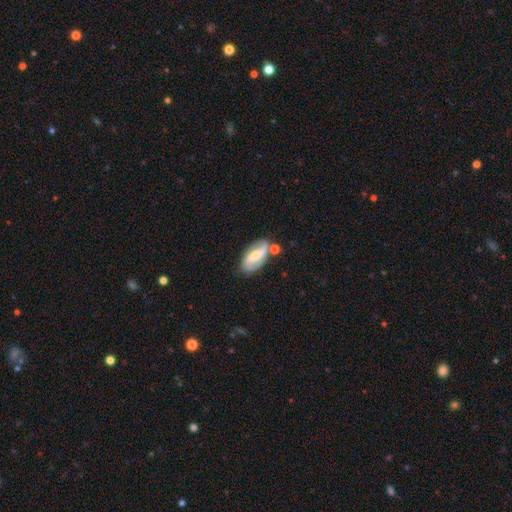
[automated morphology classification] Smooth or featured? featured or disk (62%)
Edge-on disk? no (93%)
Bar? weak (40%)
Spiral arms? yes (87%)
Spiral winding? loose (49%)
Spiral arm count? 2 (83%)
Bulge size? small (46%)
Merging? none (62%)